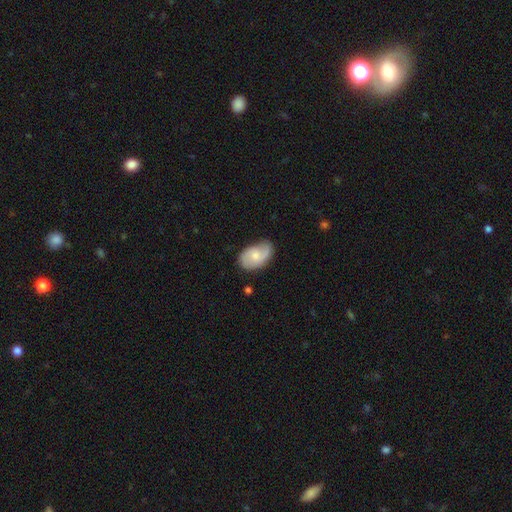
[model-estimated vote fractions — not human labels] smooth_or_featured: featured or disk (p=0.56) [alt: smooth p=0.38]
disk_edge_on: no (p=0.96) [alt: yes p=0.04]
bar: no (p=0.65) [alt: weak p=0.31]
has_spiral_arms: yes (p=0.87) [alt: no p=0.13]
bulge_size: small (p=0.48) [alt: moderate p=0.44]
merging: none (p=0.69) [alt: minor disturbance p=0.23]